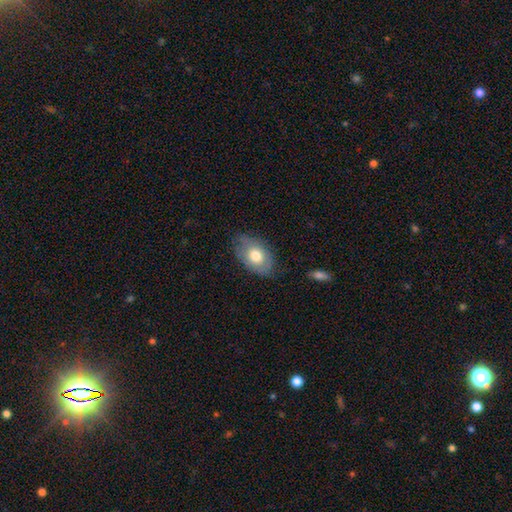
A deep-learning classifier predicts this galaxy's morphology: Q: Smooth or featured?
A: smooth (69%); runner-up: featured or disk (24%)
Q: How rounded?
A: in between (87%); runner-up: round (12%)
Q: Merging?
A: none (69%); runner-up: minor disturbance (24%)